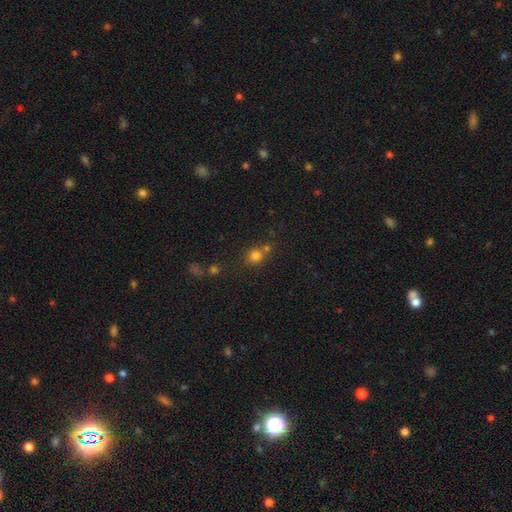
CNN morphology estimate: smooth-or-featured: smooth: 78% | star or artifact: 15% | featured or disk: 7%
  how-rounded: round: 86% | in between: 13% | cigar-shaped: 1%
  merging: none: 62% | merger: 24% | minor disturbance: 10% | major disturbance: 4%